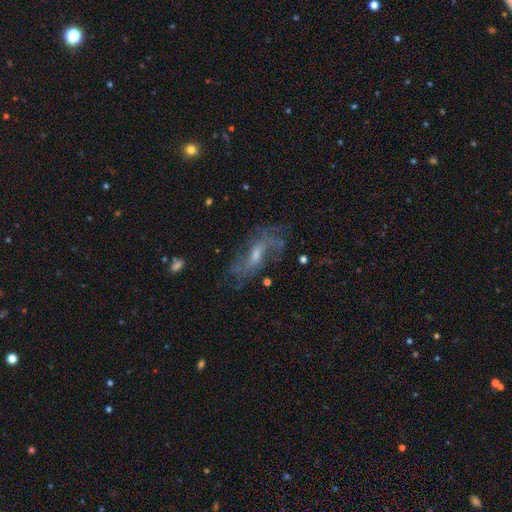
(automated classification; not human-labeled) Smooth or featured? Predicted: featured or disk (p=0.70). Edge-on disk? Predicted: no (p=0.86). Bar? Predicted: weak (p=0.44). Spiral arms? Predicted: yes (p=0.75). Bulge size? Predicted: small (p=0.46). Merging? Predicted: none (p=0.56).